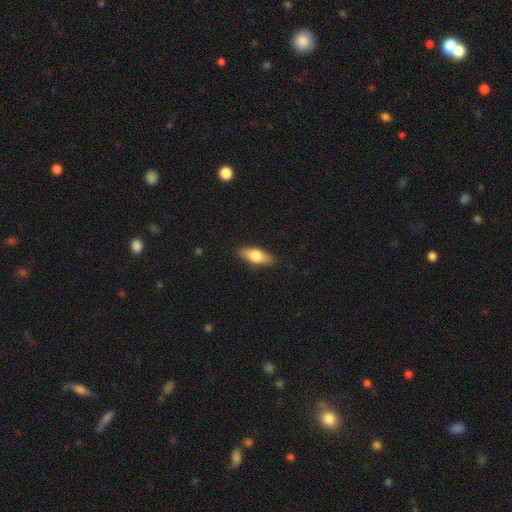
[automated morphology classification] Smooth or featured?
  - smooth: 67% *
  - featured or disk: 27%
  - star or artifact: 6%
How rounded?
  - in between: 73% *
  - cigar-shaped: 23%
  - round: 4%
Merging?
  - none: 87% *
  - minor disturbance: 10%
  - major disturbance: 2%
  - merger: 1%